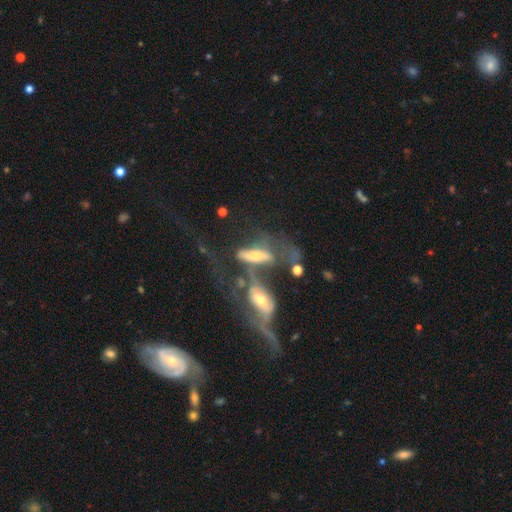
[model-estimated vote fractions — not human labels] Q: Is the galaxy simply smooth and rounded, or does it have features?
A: featured or disk — 59%.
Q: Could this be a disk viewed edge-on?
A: no — 65%.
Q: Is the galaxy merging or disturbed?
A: merger — 60%.